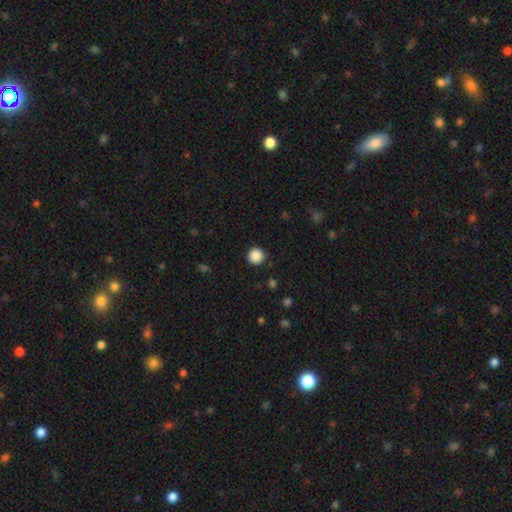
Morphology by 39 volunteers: Smooth or featured?
  - smooth: 90% *
  - featured or disk: 8%
  - star or artifact: 3%
How rounded?
  - round: 97% *
  - in between: 3%
  - cigar-shaped: 0%
Merging?
  - none: 89% *
  - minor disturbance: 8%
  - major disturbance: 3%
  - merger: 0%